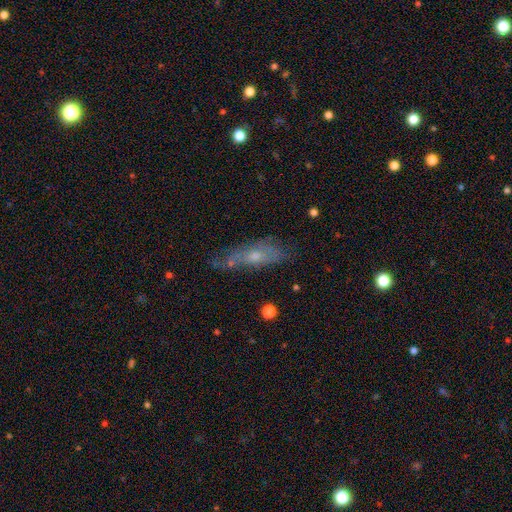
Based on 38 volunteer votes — Volunteers were most divided on "merging": minor disturbance: 44%, none: 42%, major disturbance: 14%, merger: 0%. More confident: how rounded — in between (79%); smooth or featured — smooth (50%).